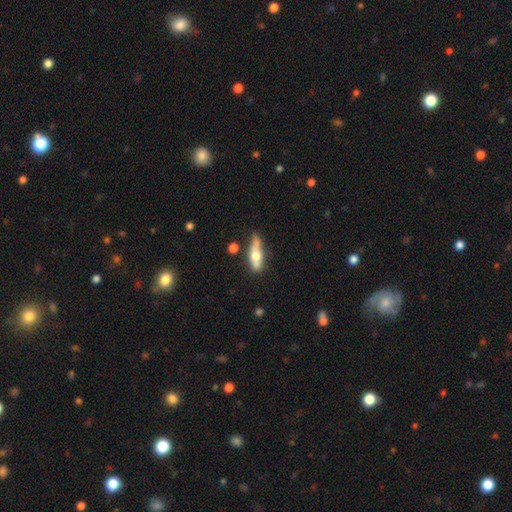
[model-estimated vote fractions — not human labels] Smooth or featured?
  - smooth: 51% *
  - featured or disk: 43%
  - star or artifact: 6%
How rounded?
  - cigar-shaped: 58% *
  - in between: 39%
  - round: 3%
Merging?
  - none: 57% *
  - minor disturbance: 25%
  - merger: 9%
  - major disturbance: 8%